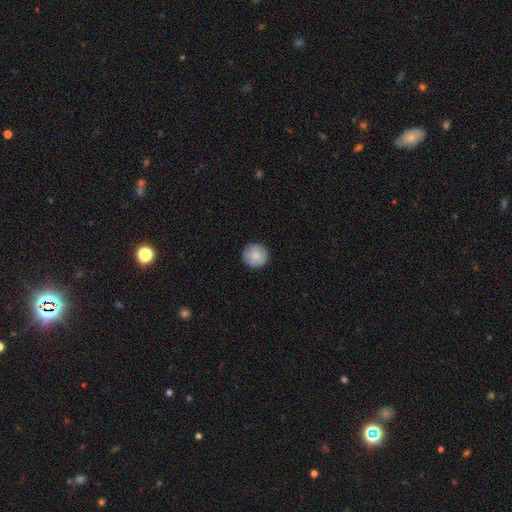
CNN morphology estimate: Smooth or featured: smooth — 79% (featured or disk — 15%)
How rounded: round — 95% (in between — 4%)
Merging: none — 89% (minor disturbance — 9%)